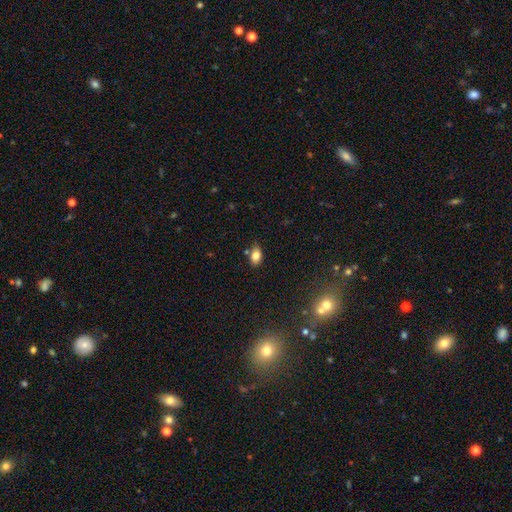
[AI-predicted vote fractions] This is clearly a smooth galaxy (82%). How rounded: clearly in between (87%). Merging: likely none (71%).